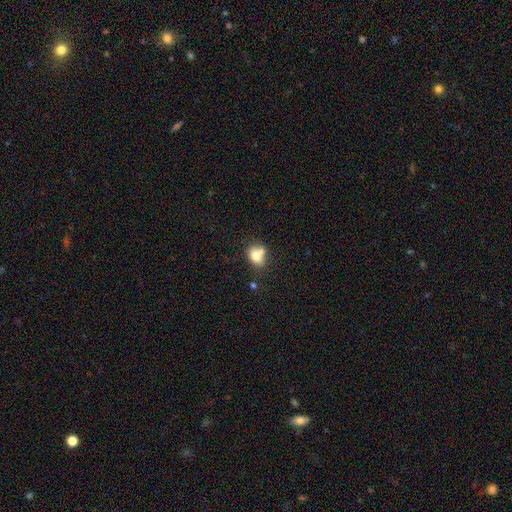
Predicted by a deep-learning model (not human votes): Smooth or featured: smooth — 73% (featured or disk — 17%)
How rounded: in between — 52% (round — 47%)
Merging: merger — 42% (none — 40%)